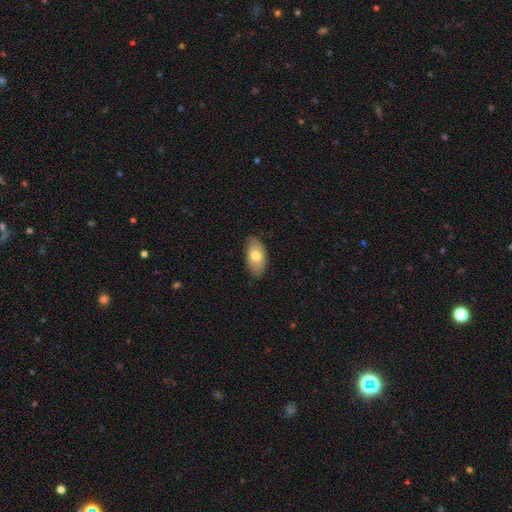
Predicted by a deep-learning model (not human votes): smooth-or-featured: smooth: 73% | featured or disk: 21% | star or artifact: 6%
  how-rounded: in between: 93% | round: 5% | cigar-shaped: 3%
  merging: none: 84% | minor disturbance: 13% | major disturbance: 2% | merger: 1%